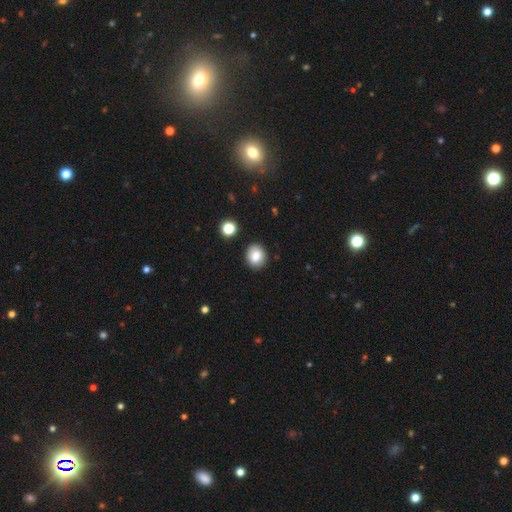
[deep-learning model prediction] Smooth or featured? Predicted: smooth (p=0.82). How rounded? Predicted: round (p=0.69). Merging? Predicted: none (p=0.88).